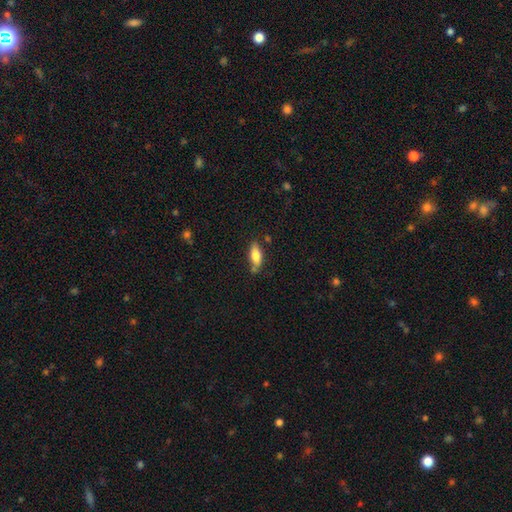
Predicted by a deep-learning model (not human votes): Smooth or featured? Predicted: smooth (p=0.78). How rounded? Predicted: in between (p=0.74). Merging? Predicted: none (p=0.69).